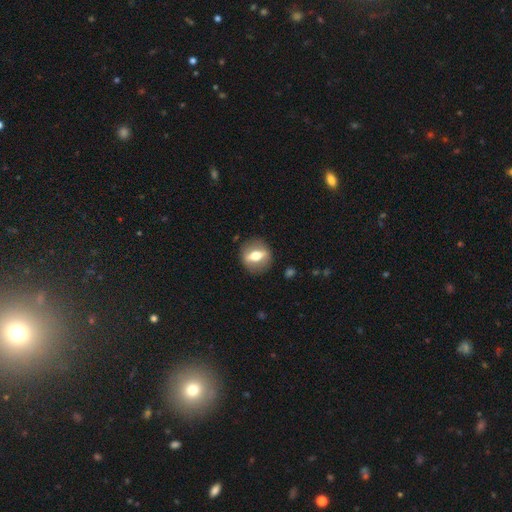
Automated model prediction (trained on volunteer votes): This is possibly a featured or disk galaxy (54%). It is possibly not viewed edge-on (57%). Merging: clearly none (86%).